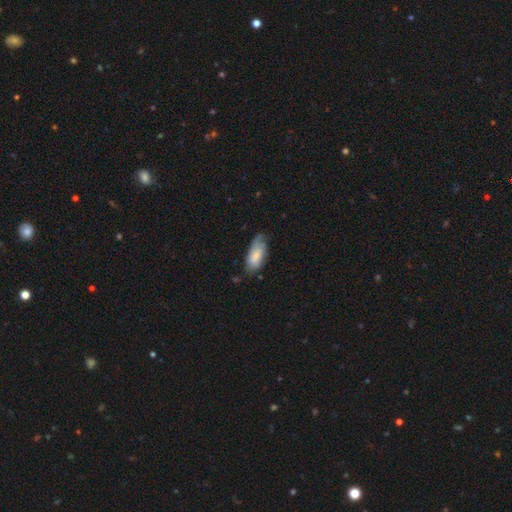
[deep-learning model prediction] Smooth or featured: smooth — 67% (featured or disk — 26%)
How rounded: in between — 88% (cigar-shaped — 10%)
Merging: none — 46% (minor disturbance — 38%)